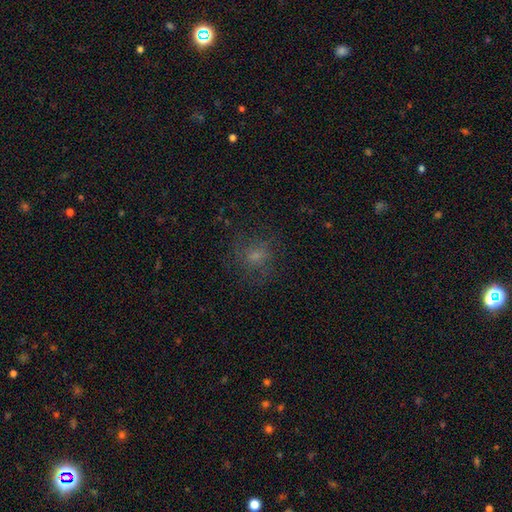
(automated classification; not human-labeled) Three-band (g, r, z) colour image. It shows a smooth galaxy with no disk features (55%) that is round (73%). Merging: none (68%).